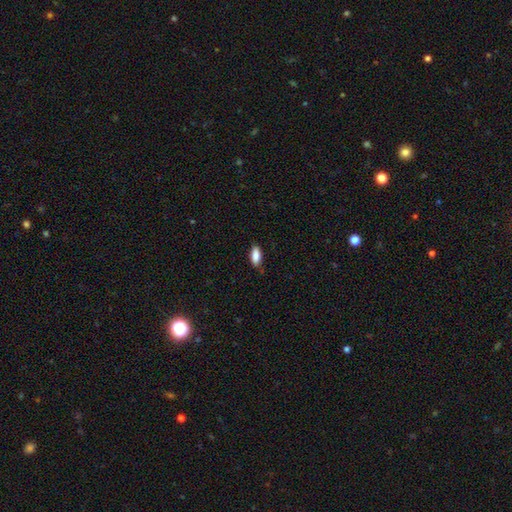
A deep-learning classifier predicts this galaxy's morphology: Smooth or featured?
  - smooth: 86% *
  - featured or disk: 7%
  - star or artifact: 7%
How rounded?
  - in between: 81% *
  - cigar-shaped: 17%
  - round: 2%
Merging?
  - none: 83% *
  - minor disturbance: 14%
  - major disturbance: 2%
  - merger: 1%